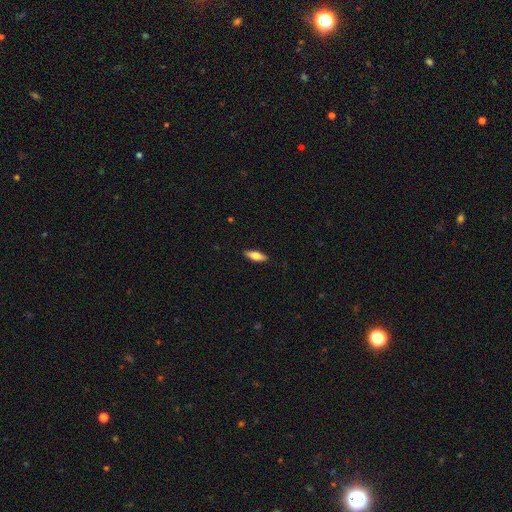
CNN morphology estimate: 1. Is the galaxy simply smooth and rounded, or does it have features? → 63% smooth, 31% featured or disk, 6% star or artifact.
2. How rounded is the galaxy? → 59% in between, 38% cigar-shaped, 3% round.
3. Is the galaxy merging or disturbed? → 89% none, 8% minor disturbance, 2% major disturbance, 1% merger.